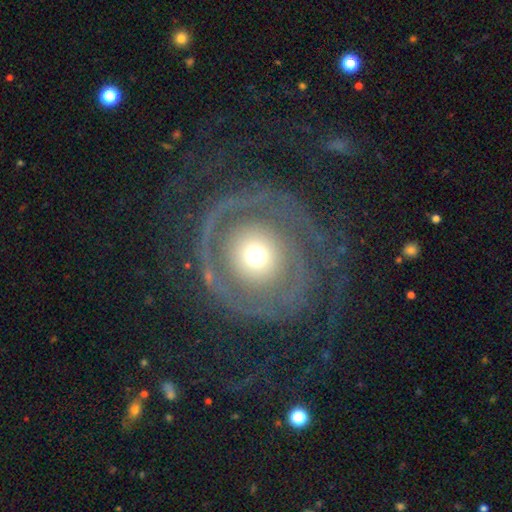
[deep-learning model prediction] Smooth or featured? Predicted: featured or disk (p=0.68). Edge-on disk? Predicted: no (p=0.96). Bar? Predicted: no (p=0.88). Spiral arms? Predicted: yes (p=0.65). Bulge size? Predicted: moderate (p=0.53). Merging? Predicted: none (p=0.66).